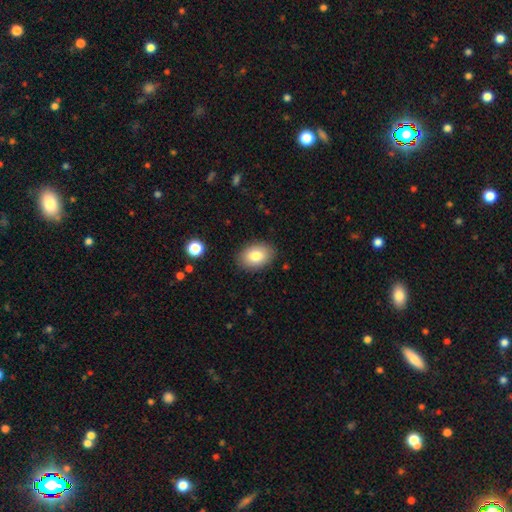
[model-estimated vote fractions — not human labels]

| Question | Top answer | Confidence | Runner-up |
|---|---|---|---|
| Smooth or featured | smooth | 81% | featured or disk (11%) |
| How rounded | in between | 80% | round (19%) |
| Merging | none | 87% | minor disturbance (9%) |